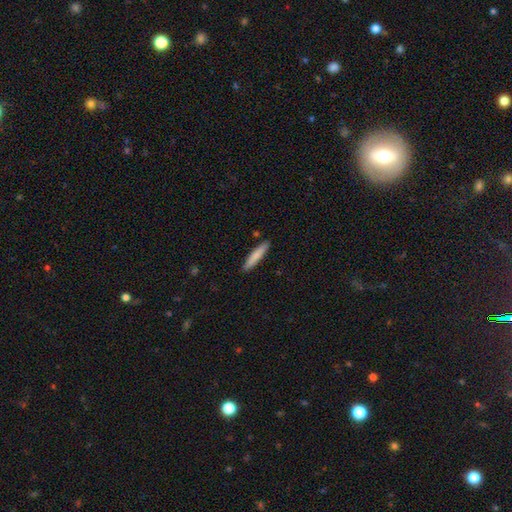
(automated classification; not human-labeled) smooth 80%, featured or disk 15%, star or artifact 5%. Down the decision tree: how rounded — cigar-shaped (90%); merging — none (89%).